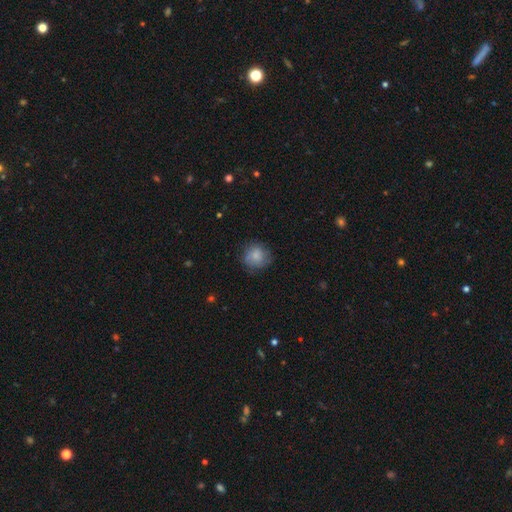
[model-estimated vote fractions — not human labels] smooth_or_featured: smooth (p=0.78) [alt: featured or disk p=0.13]
how_rounded: round (p=0.86) [alt: in between p=0.13]
merging: none (p=0.71) [alt: minor disturbance p=0.21]